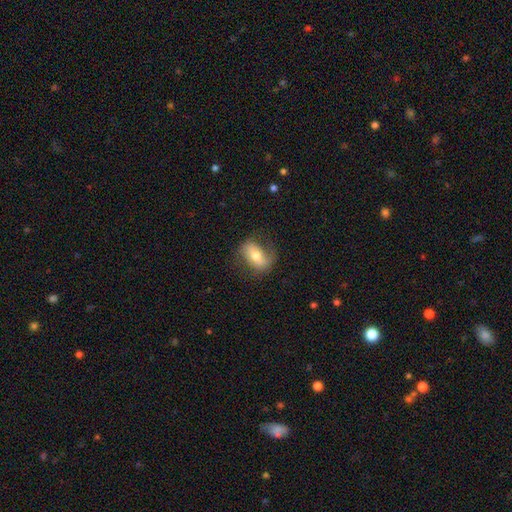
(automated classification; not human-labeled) A smooth galaxy with no disk features (47%). Merging: none (67%).